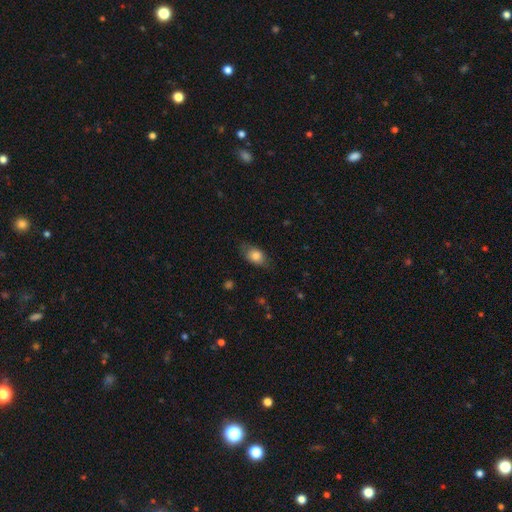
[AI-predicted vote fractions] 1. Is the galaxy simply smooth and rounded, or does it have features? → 79% smooth, 13% featured or disk, 8% star or artifact.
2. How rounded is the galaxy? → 82% in between, 13% round, 4% cigar-shaped.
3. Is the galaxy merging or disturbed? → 73% none, 20% minor disturbance, 6% major disturbance, 1% merger.